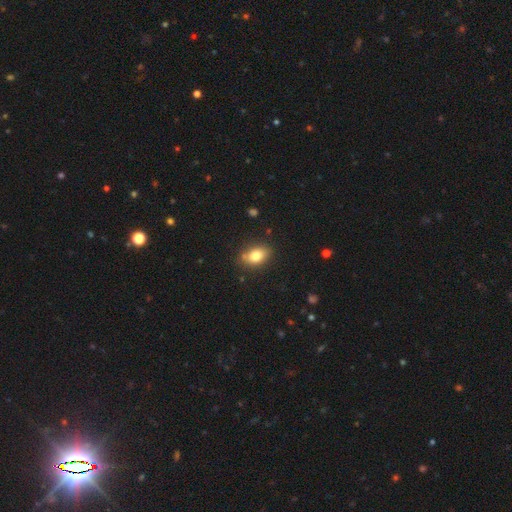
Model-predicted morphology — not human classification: A smooth galaxy with no disk features (80%) that is in between round and cigar-shaped (80%). Merging: none (77%).